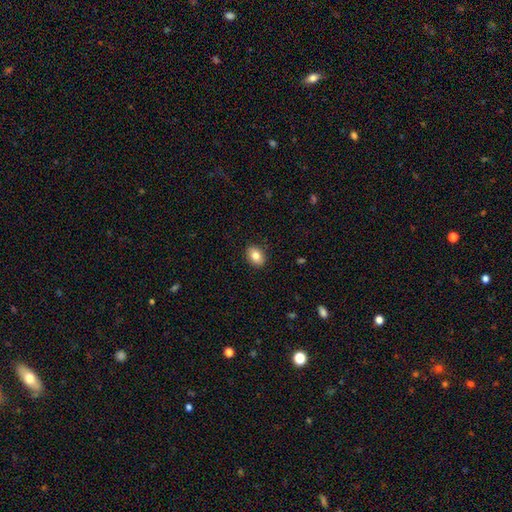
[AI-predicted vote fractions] smooth 82%, featured or disk 10%, star or artifact 8%. Down the decision tree: how rounded — in between (73%); merging — none (90%).